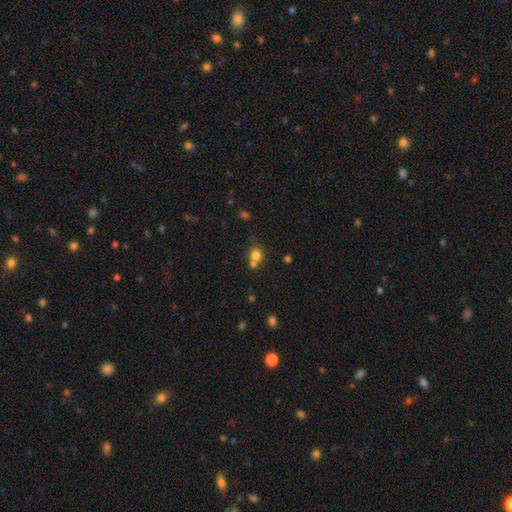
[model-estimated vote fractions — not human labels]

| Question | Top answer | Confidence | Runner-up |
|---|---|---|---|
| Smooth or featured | smooth | 76% | star or artifact (14%) |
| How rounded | round | 77% | in between (22%) |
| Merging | none | 44% | merger (41%) |